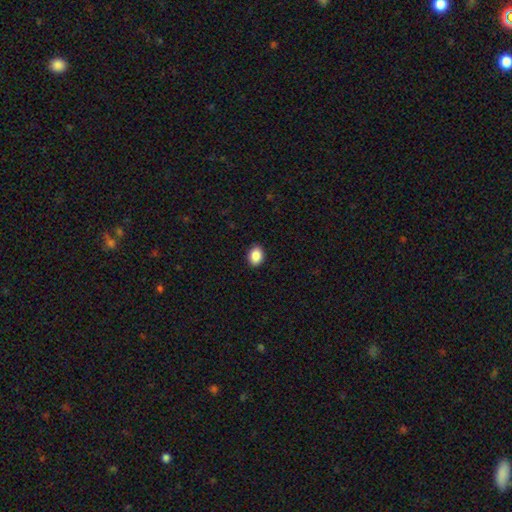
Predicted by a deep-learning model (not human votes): Smooth or featured?
  - smooth: 89% *
  - star or artifact: 8%
  - featured or disk: 3%
How rounded?
  - in between: 65% *
  - round: 34%
  - cigar-shaped: 1%
Merging?
  - none: 90% *
  - minor disturbance: 7%
  - major disturbance: 2%
  - merger: 1%